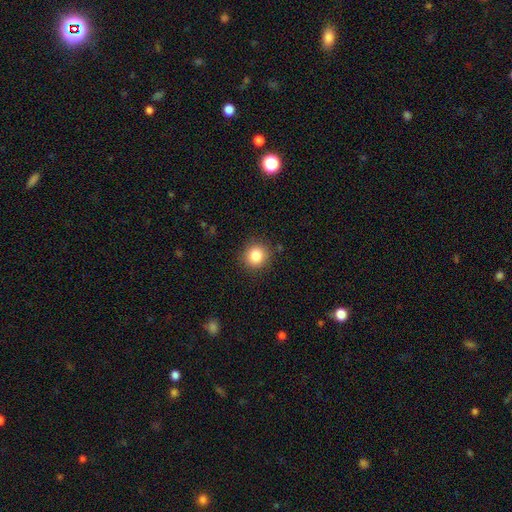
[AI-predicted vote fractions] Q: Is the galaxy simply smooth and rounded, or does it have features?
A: smooth — 84%.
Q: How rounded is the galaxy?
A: round — 90%.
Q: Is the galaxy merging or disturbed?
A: none — 89%.